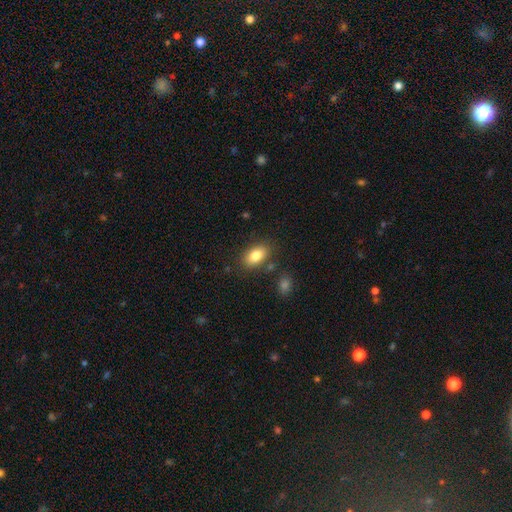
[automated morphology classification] The model was most divided on "merging": none: 80%, minor disturbance: 11%, merger: 5%, major disturbance: 3%. More confident: how rounded — in between (89%); smooth or featured — smooth (83%).